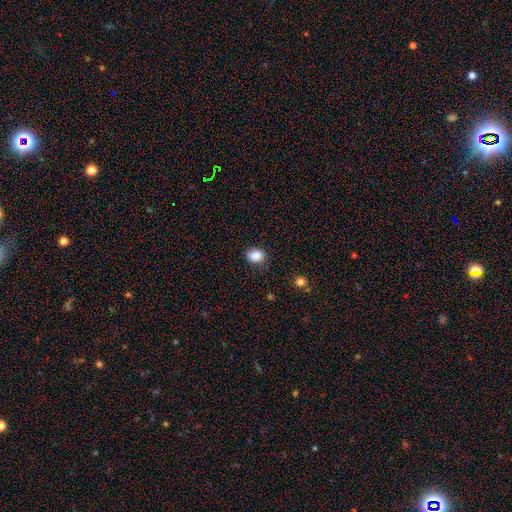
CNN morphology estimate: This appears to be a smooth galaxy with no disk features (88%) that is in between round and cigar-shaped (55%). Merging: none (83%).